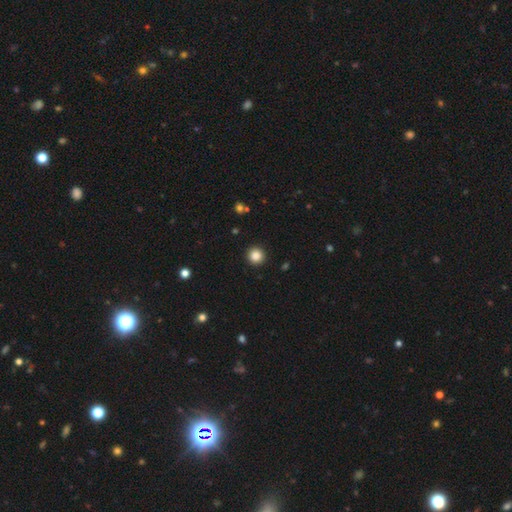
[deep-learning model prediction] Smooth or featured? smooth (86%)
How rounded? round (95%)
Merging? none (93%)